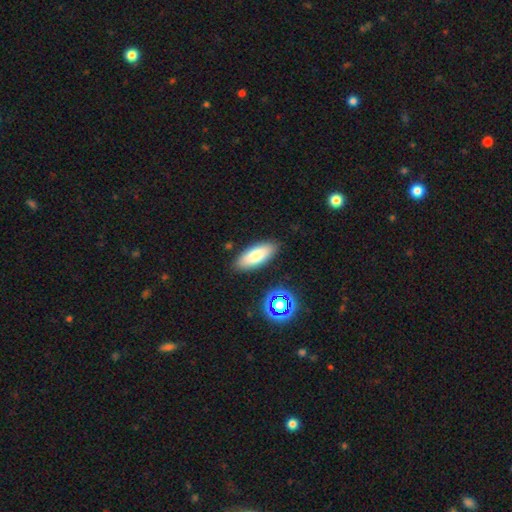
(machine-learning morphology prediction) smooth-or-featured: smooth: 79% | featured or disk: 13% | star or artifact: 8%
  how-rounded: in between: 80% | cigar-shaped: 18% | round: 2%
  merging: none: 87% | minor disturbance: 9% | major disturbance: 2% | merger: 2%